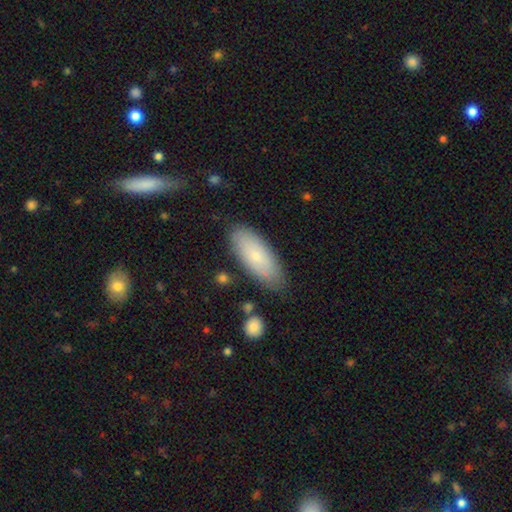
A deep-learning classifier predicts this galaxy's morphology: Smooth or featured? smooth (72%)
How rounded? in between (80%)
Merging? none (81%)